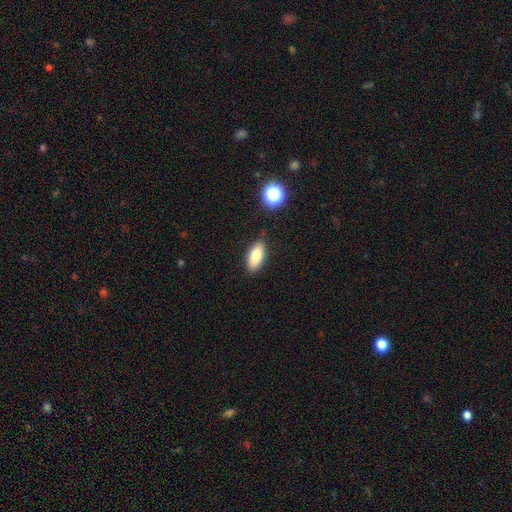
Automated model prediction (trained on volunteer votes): Morphology: type=smooth (82%); roundness=in between (85%); merging=none (85%).